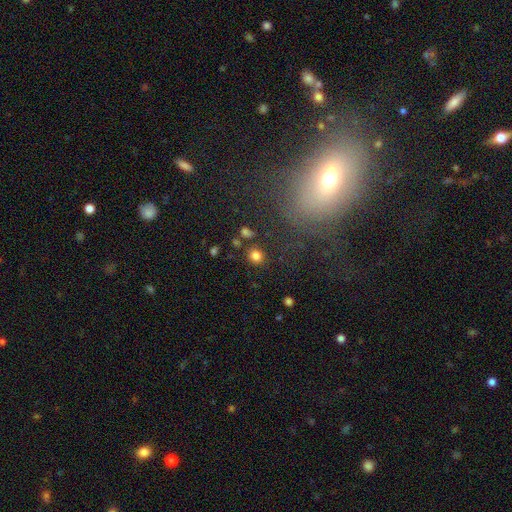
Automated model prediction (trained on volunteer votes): Overall: smooth (82%). How rounded: round (86%). Merging: none (85%).